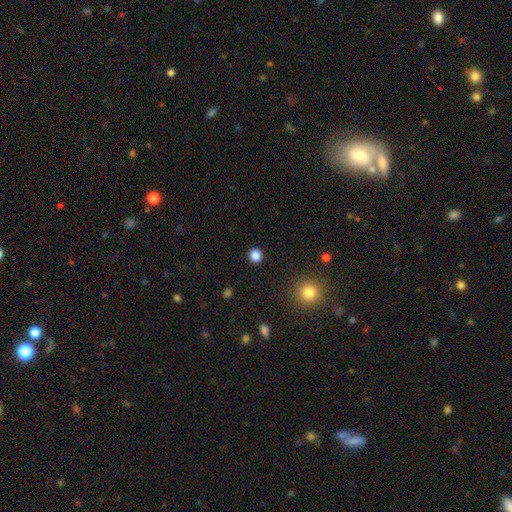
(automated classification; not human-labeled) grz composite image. It shows a smooth galaxy with no disk features (84%) that is round (94%). Merging: none (92%).